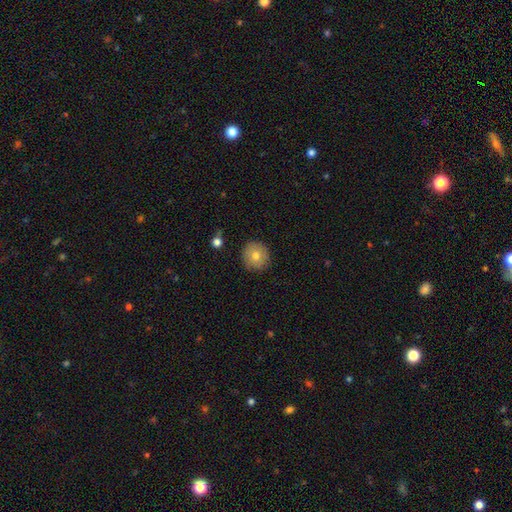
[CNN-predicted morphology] smooth_or_featured: smooth (p=0.75) [alt: featured or disk p=0.17]
how_rounded: round (p=0.93) [alt: in between p=0.06]
merging: none (p=0.88) [alt: minor disturbance p=0.09]